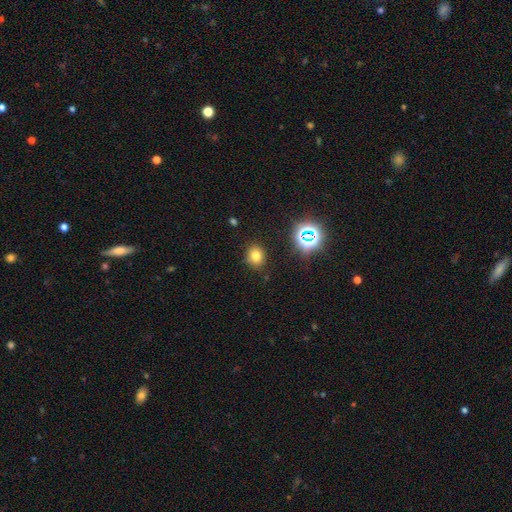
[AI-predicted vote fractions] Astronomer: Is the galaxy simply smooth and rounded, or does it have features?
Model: smooth — 74%.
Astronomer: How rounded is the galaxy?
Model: round — 64%.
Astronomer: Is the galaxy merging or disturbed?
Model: none — 85%.